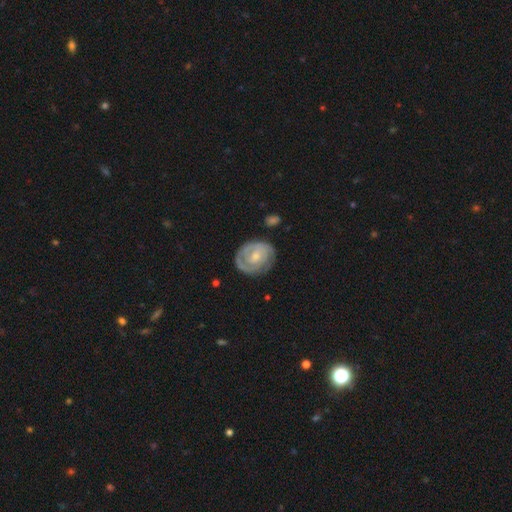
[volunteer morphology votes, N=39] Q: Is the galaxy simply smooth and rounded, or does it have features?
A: featured or disk — 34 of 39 (87%).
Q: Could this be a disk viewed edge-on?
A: no — 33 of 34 (97%).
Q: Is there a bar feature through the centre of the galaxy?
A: weak — 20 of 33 (61%).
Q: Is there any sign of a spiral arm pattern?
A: yes — 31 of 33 (94%).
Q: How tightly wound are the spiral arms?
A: tight — 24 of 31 (77%).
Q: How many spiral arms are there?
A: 2 — 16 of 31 (52%).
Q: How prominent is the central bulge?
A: moderate — 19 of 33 (58%).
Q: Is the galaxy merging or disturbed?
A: none — 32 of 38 (84%).